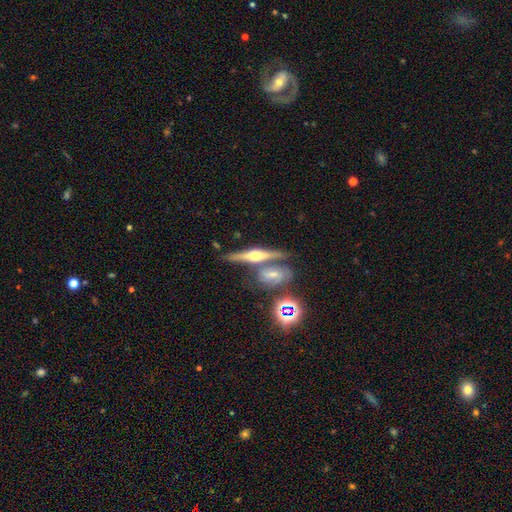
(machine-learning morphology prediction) featured or disk 69%, smooth 22%, star or artifact 9%. Down the decision tree: edge-on disk — yes (93%); edge-on bulge — rounded (91%); merging — none (59%).